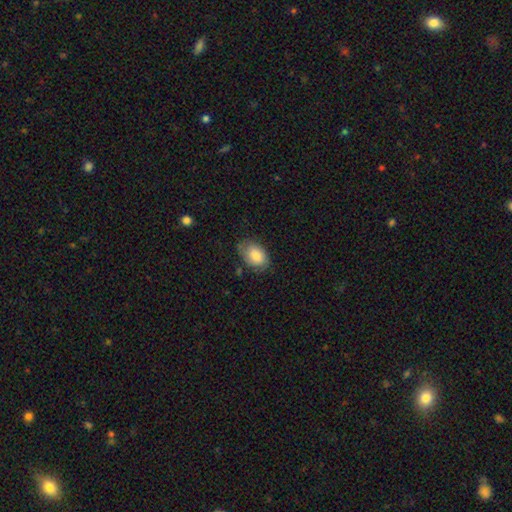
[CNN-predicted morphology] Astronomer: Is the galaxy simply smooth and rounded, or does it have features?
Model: smooth — 78%.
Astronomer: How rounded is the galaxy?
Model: in between — 86%.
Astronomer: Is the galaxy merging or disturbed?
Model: none — 66%.